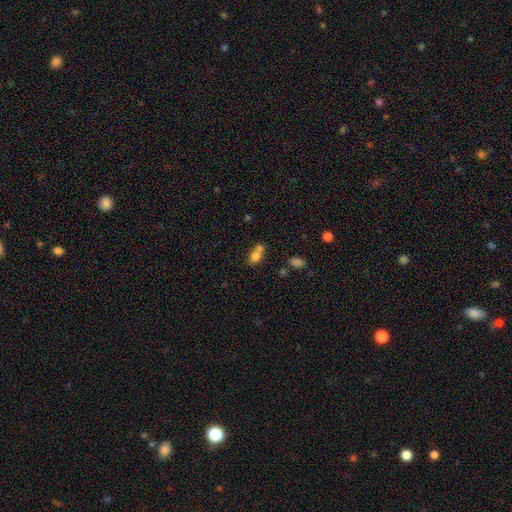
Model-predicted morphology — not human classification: This appears to be a smooth galaxy with no disk features (76%) that is in between round and cigar-shaped (54%). Merging: merger (54%).